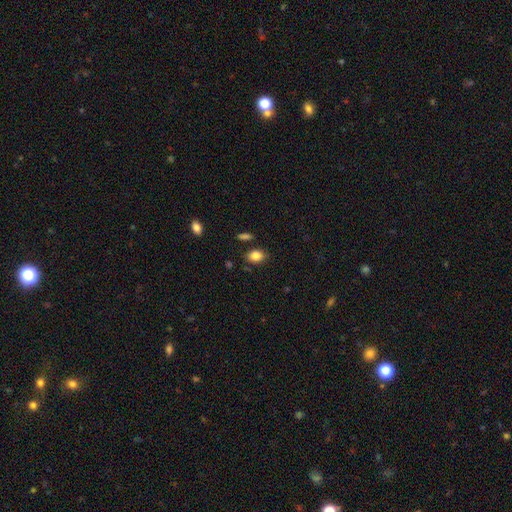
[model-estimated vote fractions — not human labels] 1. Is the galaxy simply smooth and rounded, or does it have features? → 85% smooth, 9% star or artifact, 6% featured or disk.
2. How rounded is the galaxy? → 78% in between, 21% round, 1% cigar-shaped.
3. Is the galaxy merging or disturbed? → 80% none, 13% minor disturbance, 4% merger, 3% major disturbance.